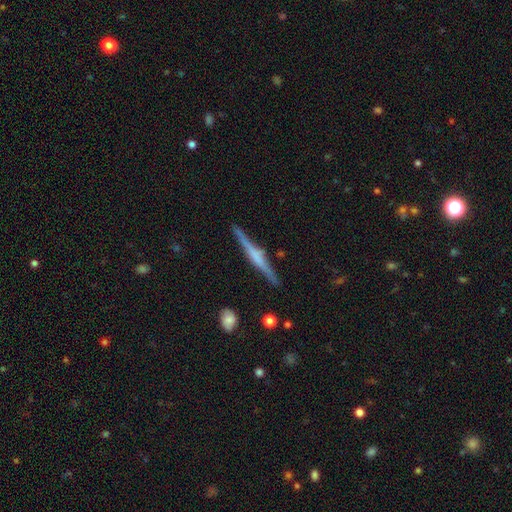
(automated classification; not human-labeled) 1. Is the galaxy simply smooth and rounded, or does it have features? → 73% featured or disk, 21% smooth, 6% star or artifact.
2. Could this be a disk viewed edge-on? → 98% yes, 2% no.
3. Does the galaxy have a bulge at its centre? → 45% rounded, 34% boxy, 21% none.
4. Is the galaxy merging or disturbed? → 87% none, 9% minor disturbance, 2% major disturbance, 2% merger.